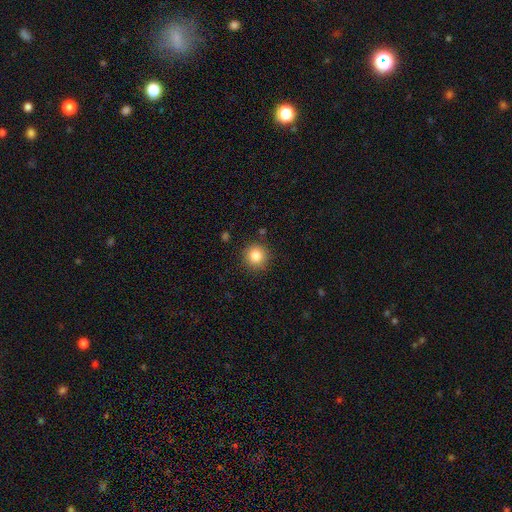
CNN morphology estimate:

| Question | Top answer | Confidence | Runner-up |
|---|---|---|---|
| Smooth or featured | smooth | 84% | star or artifact (10%) |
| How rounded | round | 94% | in between (5%) |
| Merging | none | 89% | minor disturbance (7%) |